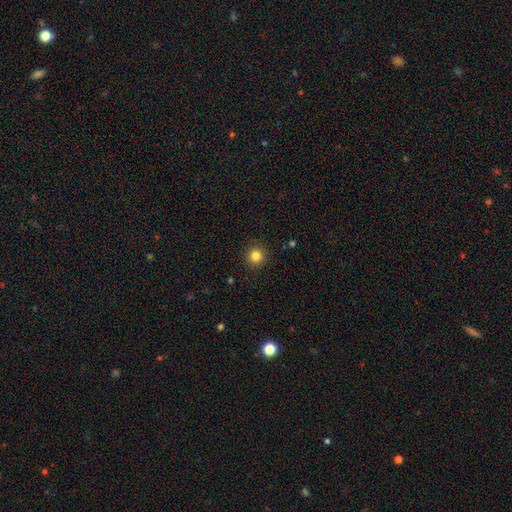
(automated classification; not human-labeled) A smooth galaxy with no disk features (83%) that is round (93%).

Vote fractions:
- Smooth or featured? smooth: 83% / star or artifact: 12% / featured or disk: 5%
- How rounded? round: 93% / in between: 6% / cigar-shaped: 1%
- Merging? none: 92% / minor disturbance: 5% / major disturbance: 2% / merger: 1%